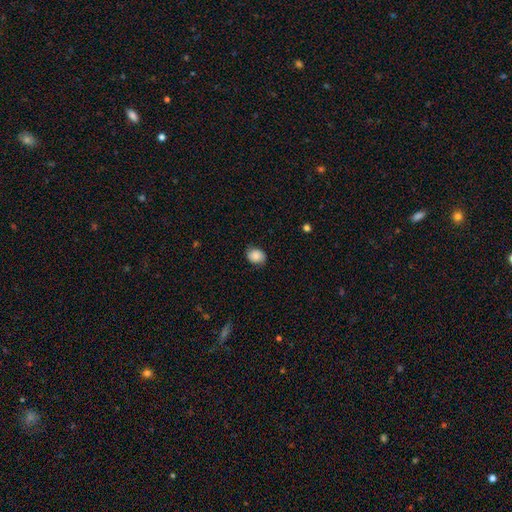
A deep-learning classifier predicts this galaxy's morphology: type=smooth (80%); roundness=round (52%); merging=none (78%).